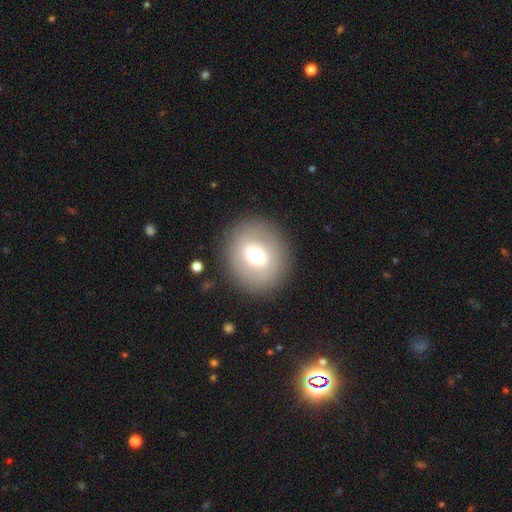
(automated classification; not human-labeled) smooth_or_featured: smooth (p=0.65) [alt: featured or disk p=0.24]
how_rounded: round (p=0.78) [alt: in between p=0.21]
merging: none (p=0.87) [alt: minor disturbance p=0.07]